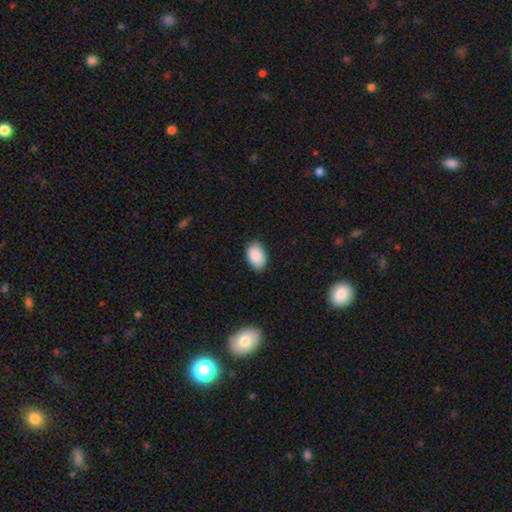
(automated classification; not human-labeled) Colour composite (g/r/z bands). It shows a smooth galaxy with no disk features (90%) that is in between round and cigar-shaped (91%). Merging: none (85%).